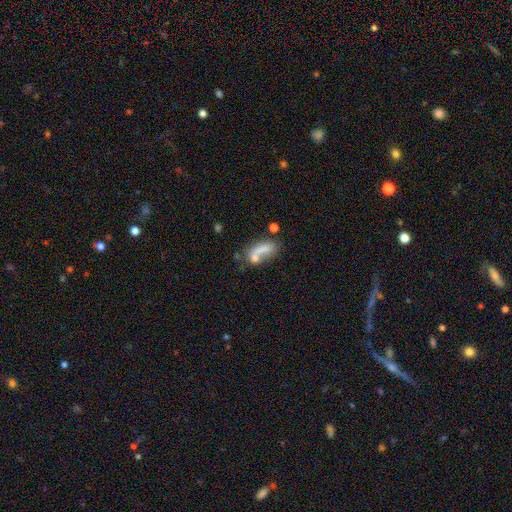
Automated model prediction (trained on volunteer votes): Q: Smooth or featured?
A: smooth (60%); runner-up: featured or disk (27%)
Q: How rounded?
A: in between (65%); runner-up: cigar-shaped (27%)
Q: Merging?
A: none (36%); runner-up: merger (31%)